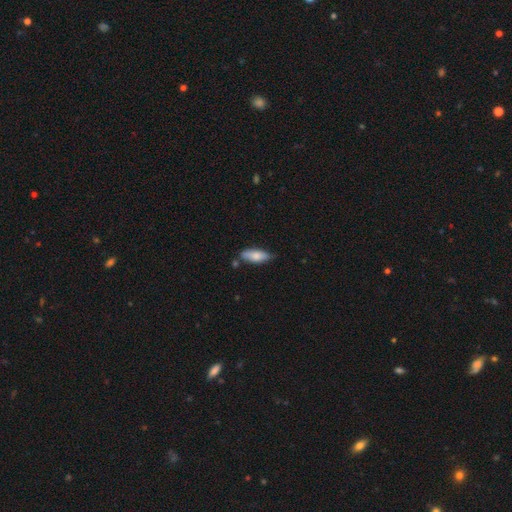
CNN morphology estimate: type=smooth (77%); roundness=in between (66%); merging=none (71%).